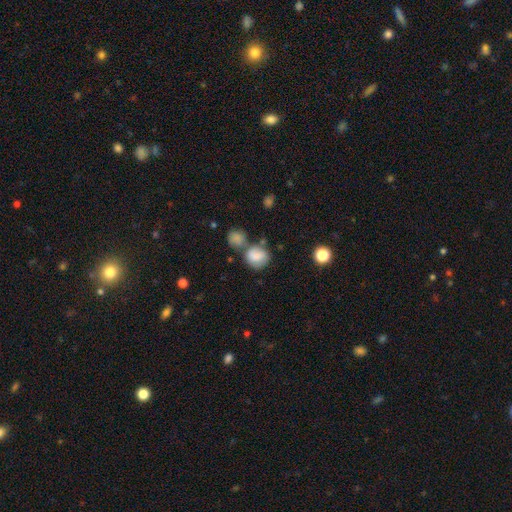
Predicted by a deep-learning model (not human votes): Smooth or featured? smooth (79%)
How rounded? round (74%)
Merging? none (44%)